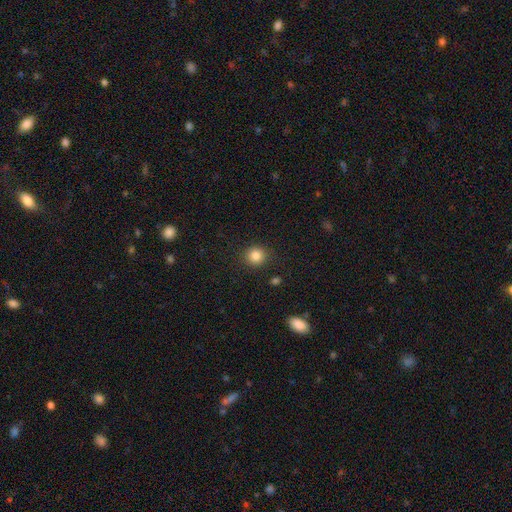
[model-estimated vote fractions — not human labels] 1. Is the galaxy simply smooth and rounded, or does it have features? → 84% smooth, 11% star or artifact, 5% featured or disk.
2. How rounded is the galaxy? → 90% round, 9% in between, 1% cigar-shaped.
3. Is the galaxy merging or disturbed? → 89% none, 7% minor disturbance, 2% major disturbance, 1% merger.